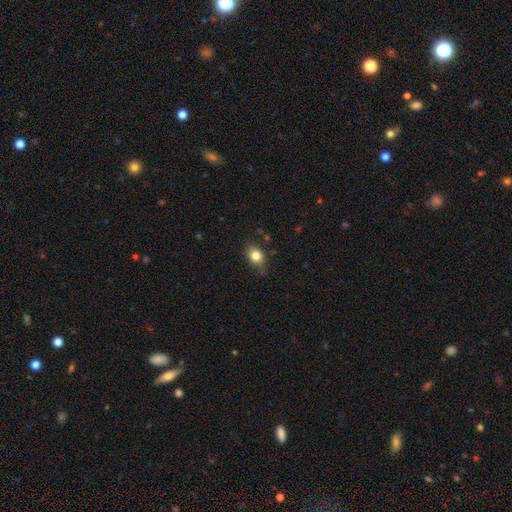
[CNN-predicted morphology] The model was most divided on "how rounded": in between: 73%, round: 25%, cigar-shaped: 2%. More confident: smooth or featured — smooth (81%); merging — none (75%).